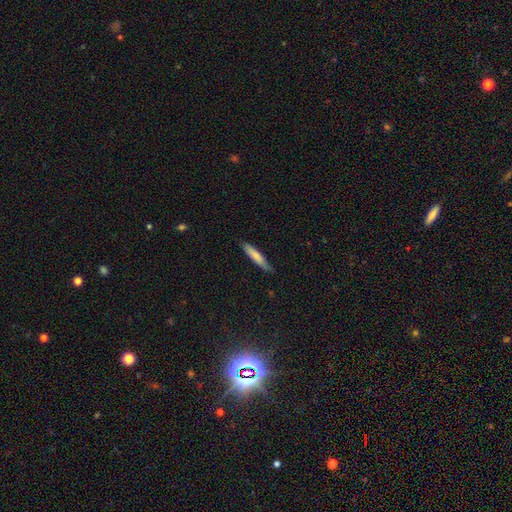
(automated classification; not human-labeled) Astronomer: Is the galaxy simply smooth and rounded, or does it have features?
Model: smooth — 72%.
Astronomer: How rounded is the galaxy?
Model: cigar-shaped — 88%.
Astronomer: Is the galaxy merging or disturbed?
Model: none — 82%.